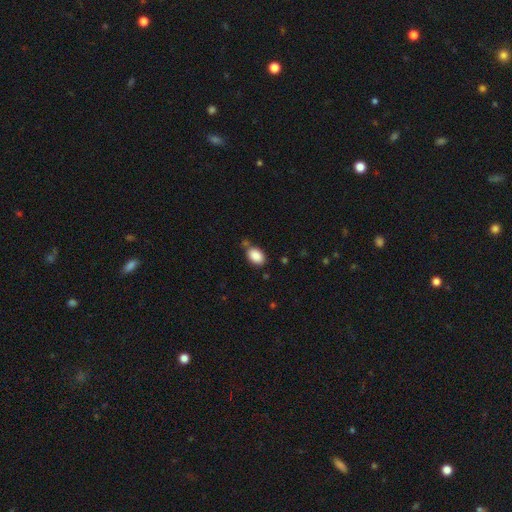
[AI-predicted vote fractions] A smooth galaxy with no disk features (88%) that is in between round and cigar-shaped (86%). Merging: none (71%).